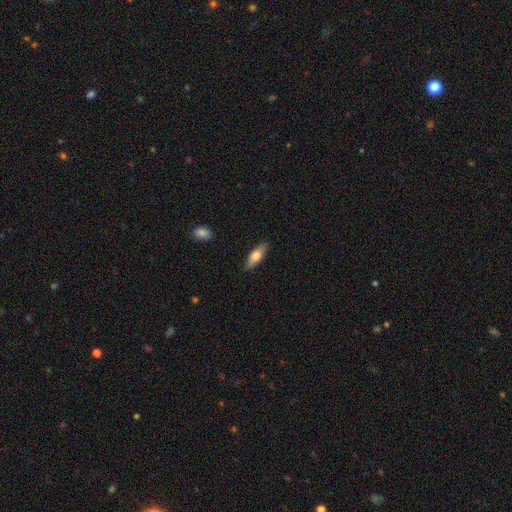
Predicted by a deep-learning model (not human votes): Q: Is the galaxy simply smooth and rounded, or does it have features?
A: smooth — 65%.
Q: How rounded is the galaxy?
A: in between — 56%.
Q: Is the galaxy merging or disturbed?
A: none — 88%.